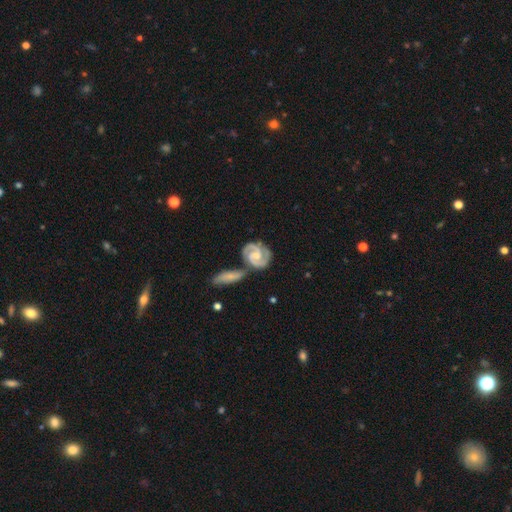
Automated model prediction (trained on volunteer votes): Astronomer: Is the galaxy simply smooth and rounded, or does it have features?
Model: featured or disk — 89%.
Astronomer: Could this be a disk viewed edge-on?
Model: no — 97%.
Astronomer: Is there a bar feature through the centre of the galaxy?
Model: no — 46% (runner-up: weak, 40%).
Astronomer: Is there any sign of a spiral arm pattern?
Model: yes — 98%.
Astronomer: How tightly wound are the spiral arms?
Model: tight — 52% (runner-up: medium, 42%).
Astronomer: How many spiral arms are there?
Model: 2 — 89%.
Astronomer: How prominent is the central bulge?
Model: small — 39% (runner-up: moderate, 35%).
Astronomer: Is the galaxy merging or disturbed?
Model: none — 58%.